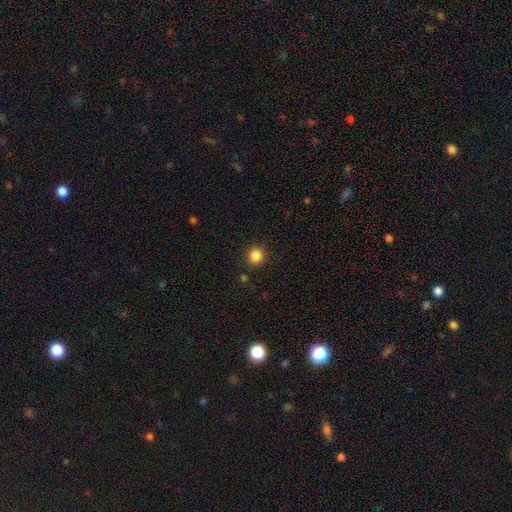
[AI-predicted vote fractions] smooth 86%, star or artifact 11%, featured or disk 3%. Down the decision tree: how rounded — round (89%); merging — none (90%).